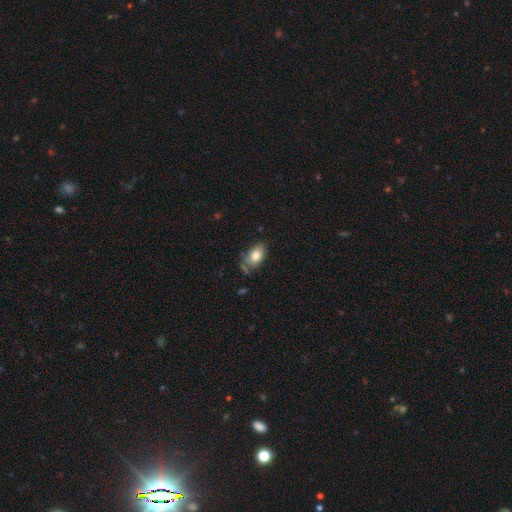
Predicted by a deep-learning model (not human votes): Morphology: type=smooth (78%); roundness=in between (90%); merging=none (59%).